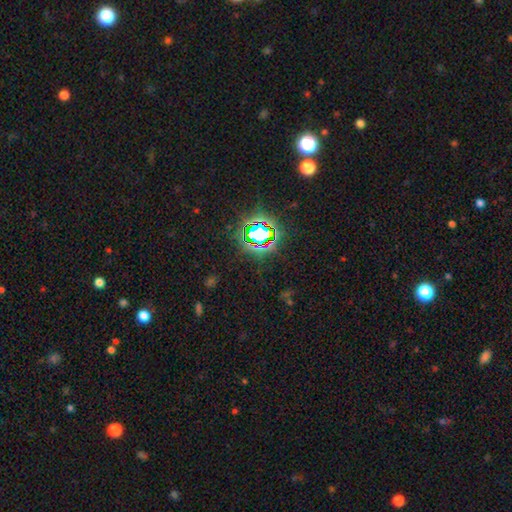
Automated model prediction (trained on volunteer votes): smooth-or-featured: star or artifact: 80% | smooth: 12% | featured or disk: 8%